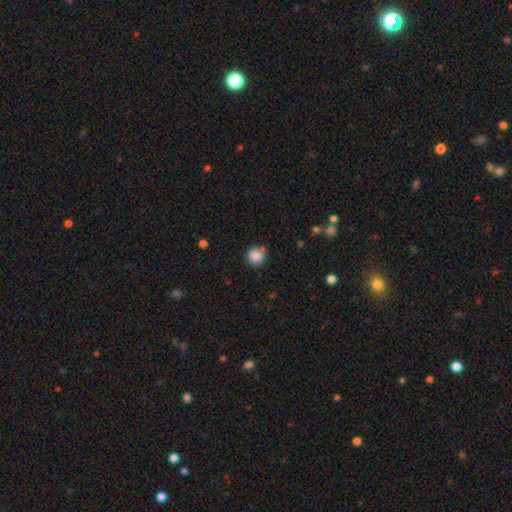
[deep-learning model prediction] smooth-or-featured: smooth: 86% | star or artifact: 10% | featured or disk: 4%
  how-rounded: round: 93% | in between: 6% | cigar-shaped: 1%
  merging: none: 81% | minor disturbance: 11% | merger: 5% | major disturbance: 3%